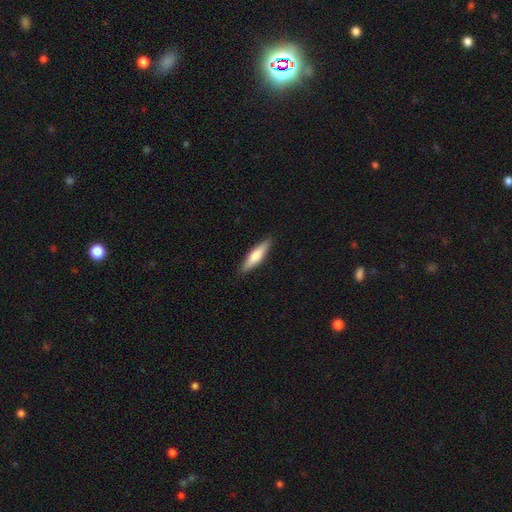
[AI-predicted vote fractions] Smooth or featured: smooth — 65% (featured or disk — 30%)
How rounded: cigar-shaped — 71% (in between — 28%)
Merging: none — 89% (minor disturbance — 8%)